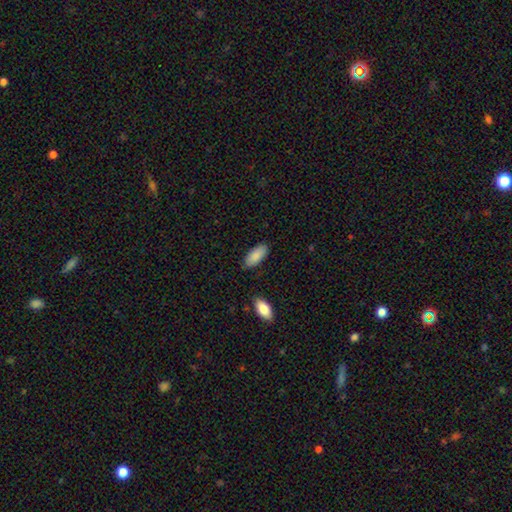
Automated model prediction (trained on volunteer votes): Smooth or featured? Predicted: smooth (p=0.88). How rounded? Predicted: in between (p=0.87). Merging? Predicted: none (p=0.84).